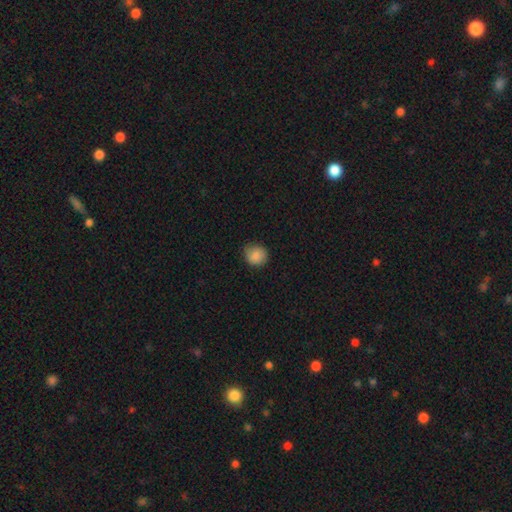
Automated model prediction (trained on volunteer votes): Smooth or featured: smooth — 87% (star or artifact — 8%)
How rounded: round — 86% (in between — 13%)
Merging: none — 81% (minor disturbance — 15%)